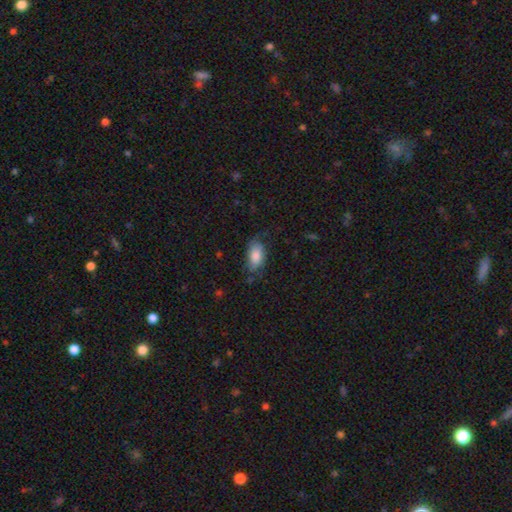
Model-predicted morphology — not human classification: smooth 72%, featured or disk 20%, star or artifact 7%. Down the decision tree: how rounded — in between (91%); merging — none (57%).